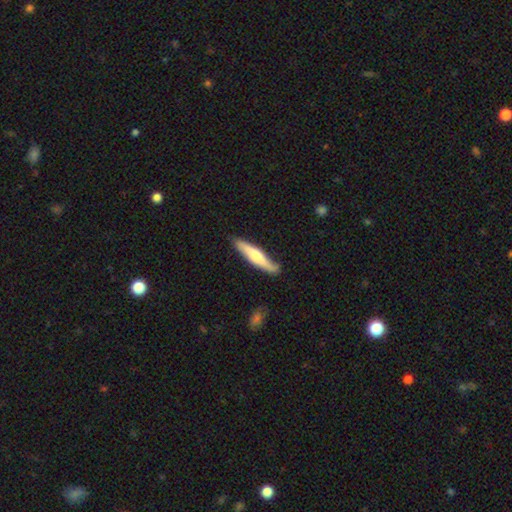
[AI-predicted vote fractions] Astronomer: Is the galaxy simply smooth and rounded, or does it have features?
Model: smooth — 54% (runner-up: featured or disk, 41%).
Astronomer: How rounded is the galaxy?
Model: cigar-shaped — 87%.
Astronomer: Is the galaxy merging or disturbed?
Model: none — 78%.